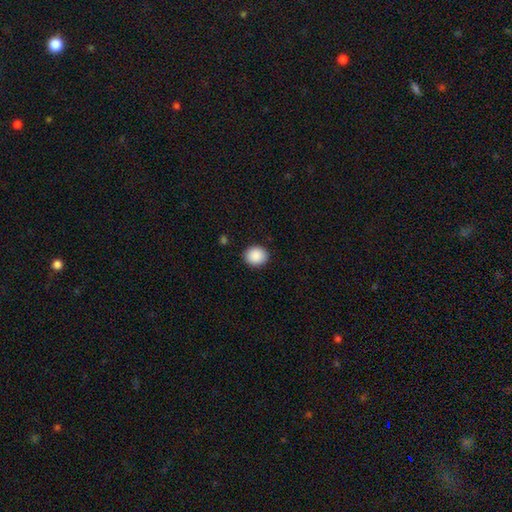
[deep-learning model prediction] A smooth galaxy with no disk features (90%) that is round (75%). Merging: none (90%).